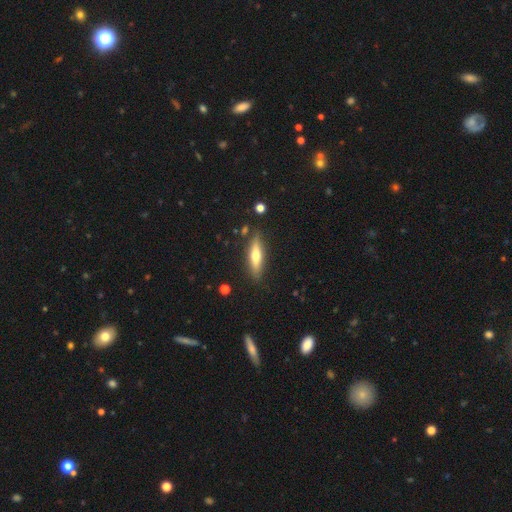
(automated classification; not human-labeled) smooth 53%, featured or disk 41%, star or artifact 6%. Down the decision tree: how rounded — cigar-shaped (69%); merging — none (84%).